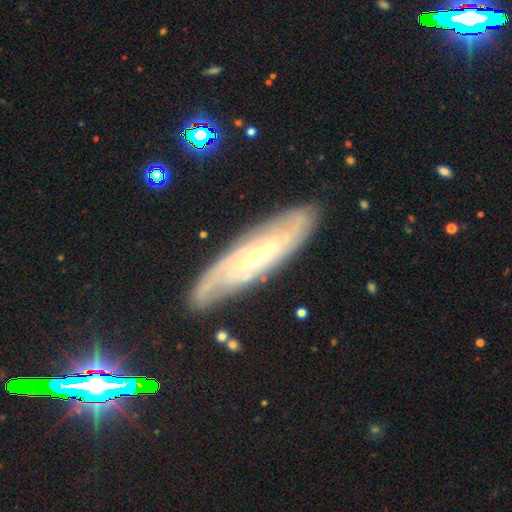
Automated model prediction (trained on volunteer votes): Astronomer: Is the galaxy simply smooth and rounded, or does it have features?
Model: featured or disk — 80%.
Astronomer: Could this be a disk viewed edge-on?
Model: no — 77%.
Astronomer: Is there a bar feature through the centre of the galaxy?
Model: no — 46% (runner-up: weak, 36%).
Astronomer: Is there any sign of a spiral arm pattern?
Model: yes — 93%.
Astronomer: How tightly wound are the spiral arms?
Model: tight — 67%.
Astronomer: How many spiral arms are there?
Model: can't tell — 48% (runner-up: 2, 24%).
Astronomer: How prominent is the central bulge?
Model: small — 75%.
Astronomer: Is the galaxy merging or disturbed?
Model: none — 81%.